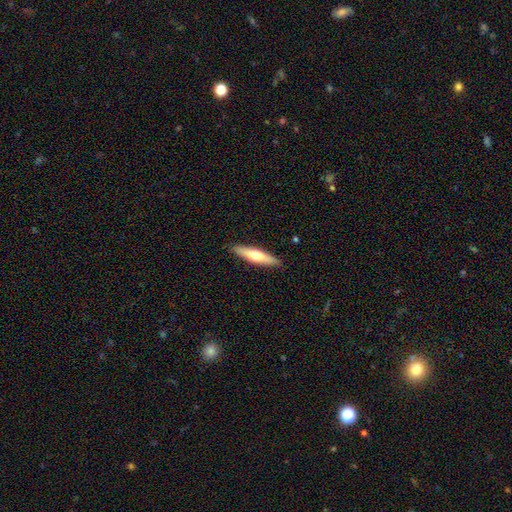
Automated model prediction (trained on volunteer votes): smooth-or-featured: smooth: 52% | featured or disk: 43% | star or artifact: 5%
  how-rounded: cigar-shaped: 79% | in between: 19% | round: 2%
  merging: none: 90% | minor disturbance: 8% | major disturbance: 1% | merger: 1%